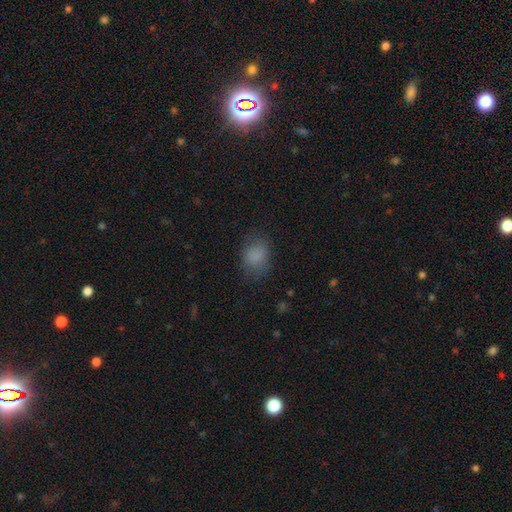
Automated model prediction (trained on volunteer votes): smooth 83%, star or artifact 10%, featured or disk 6%. Down the decision tree: how rounded — in between (63%); merging — none (71%).